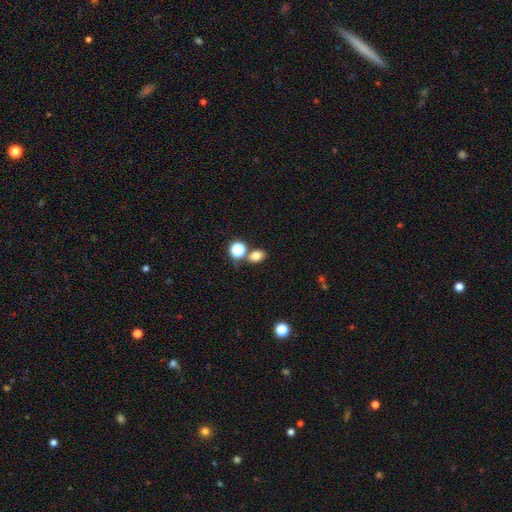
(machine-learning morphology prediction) Smooth or featured: smooth — 78% (star or artifact — 15%)
How rounded: in between — 65% (round — 34%)
Merging: none — 69% (merger — 17%)